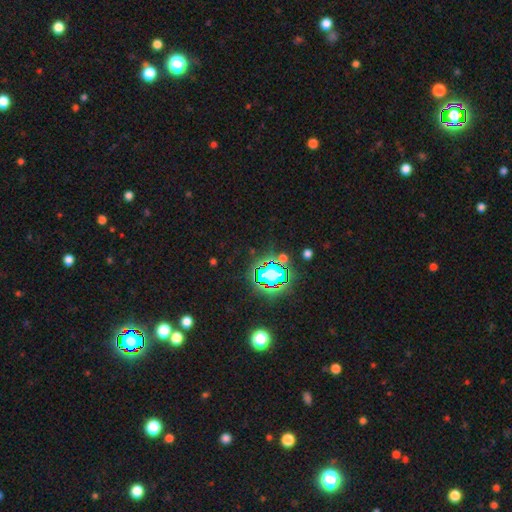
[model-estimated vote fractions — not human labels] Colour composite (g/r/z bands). It shows a star or artifact, not a galaxy (80%).